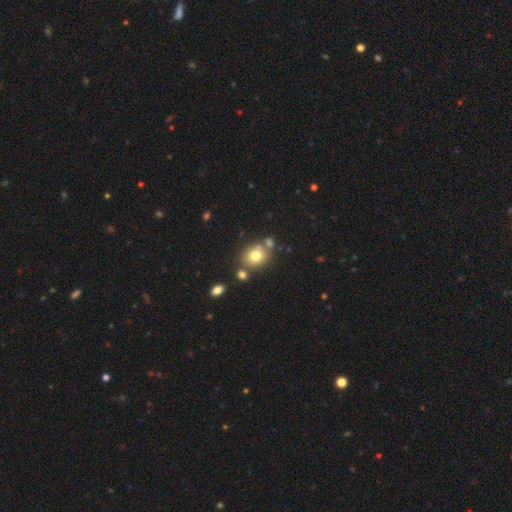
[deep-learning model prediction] Smooth or featured? smooth (75%)
How rounded? round (60%)
Merging? none (63%)